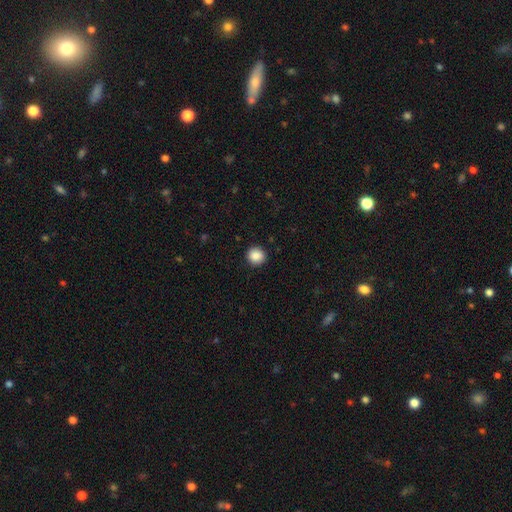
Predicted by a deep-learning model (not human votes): The model was most divided on "how rounded": round: 89%, in between: 10%, cigar-shaped: 1%. More confident: merging — none (91%); smooth or featured — smooth (88%).